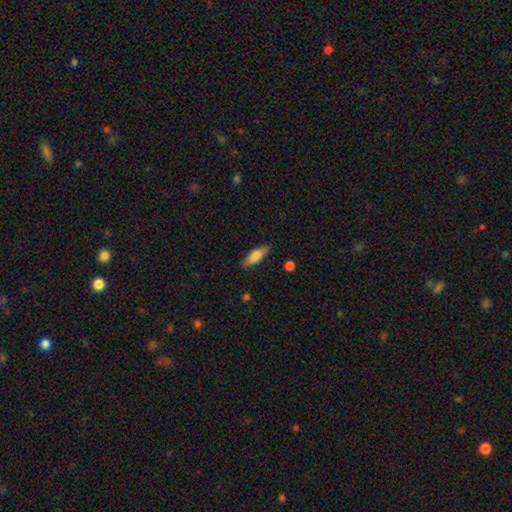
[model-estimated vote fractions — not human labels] Q: Smooth or featured?
A: smooth (72%); runner-up: featured or disk (22%)
Q: How rounded?
A: cigar-shaped (49%); runner-up: in between (48%)
Q: Merging?
A: none (85%); runner-up: minor disturbance (11%)